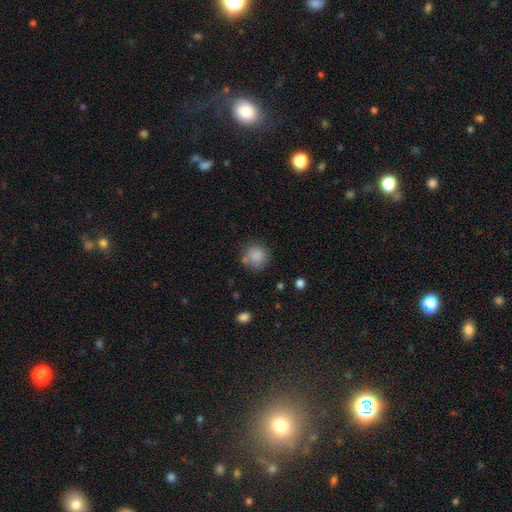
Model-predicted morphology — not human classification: A smooth galaxy with no disk features (85%) that is round (89%).

Vote fractions:
- Smooth or featured? smooth: 85% / star or artifact: 10% / featured or disk: 6%
- How rounded? round: 89% / in between: 10% / cigar-shaped: 1%
- Merging? none: 73% / minor disturbance: 14% / merger: 7% / major disturbance: 5%